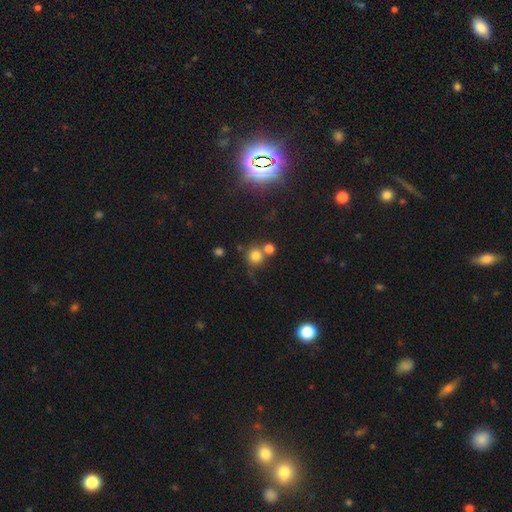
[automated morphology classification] Overall: smooth (77%). How rounded: round (90%). Merging: none (59%; merger 29%).